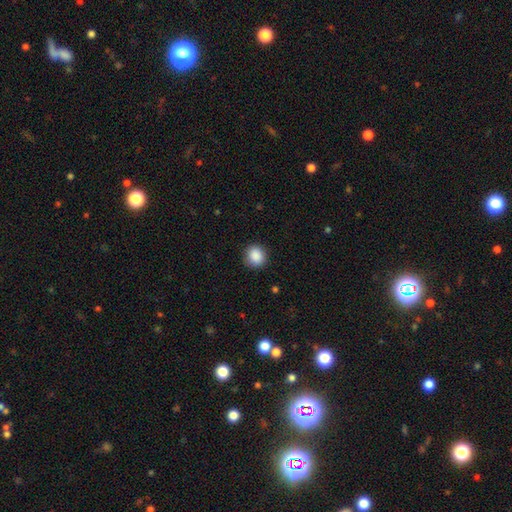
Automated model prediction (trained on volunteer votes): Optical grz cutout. It shows a smooth galaxy with no disk features (89%) that is round (83%). Merging: none (88%).